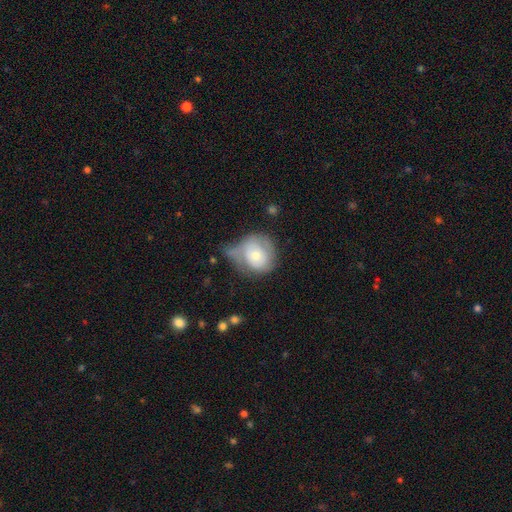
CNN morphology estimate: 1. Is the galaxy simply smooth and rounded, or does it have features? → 57% smooth, 36% featured or disk, 7% star or artifact.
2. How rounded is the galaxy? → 77% round, 22% in between, 1% cigar-shaped.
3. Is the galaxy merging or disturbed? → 32% minor disturbance, 30% none, 24% major disturbance, 13% merger.